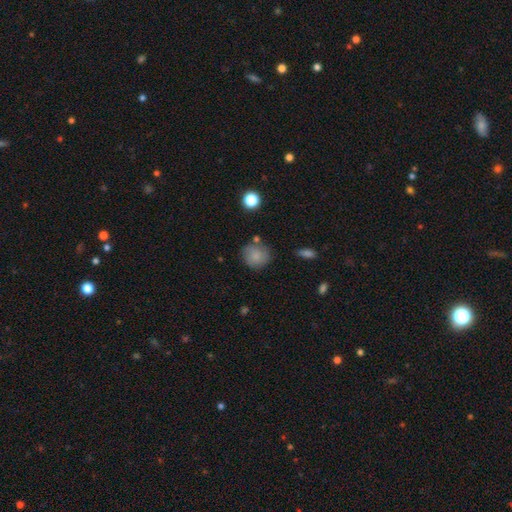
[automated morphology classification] Q: Smooth or featured?
A: smooth (81%); runner-up: featured or disk (10%)
Q: How rounded?
A: round (85%); runner-up: in between (14%)
Q: Merging?
A: none (72%); runner-up: minor disturbance (17%)